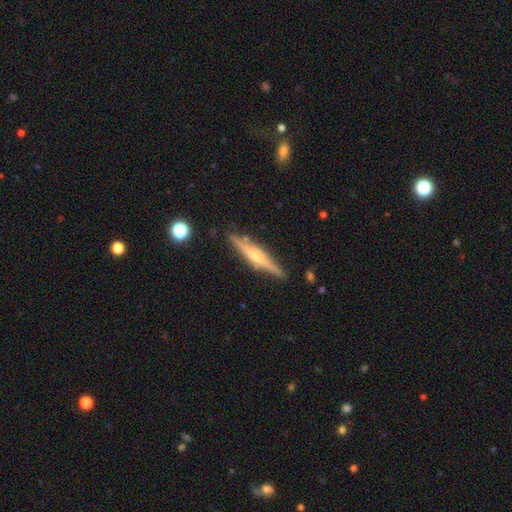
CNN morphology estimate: This appears to be a featured or disk galaxy (69%) viewed edge-on (97%) with a rounded central bulge (71%). Merging: none (86%).